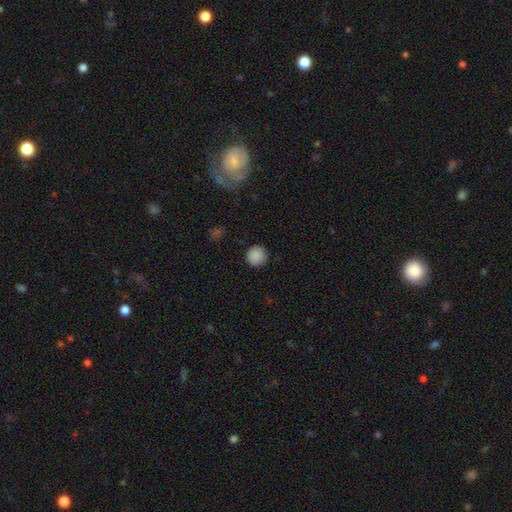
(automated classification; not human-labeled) smooth 88%, star or artifact 9%, featured or disk 3%. Down the decision tree: how rounded — round (95%); merging — none (90%).